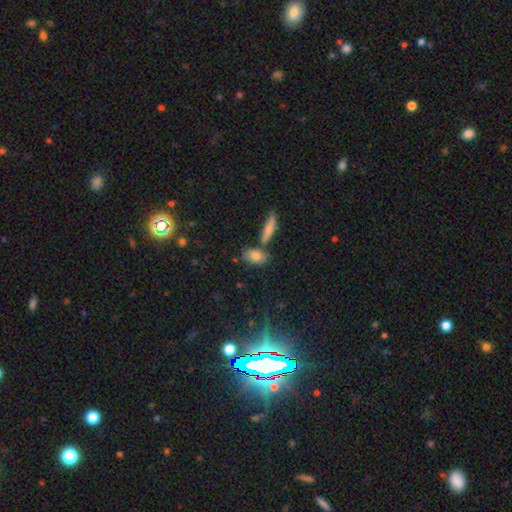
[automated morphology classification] Smooth or featured?
  - smooth: 76% *
  - featured or disk: 15%
  - star or artifact: 9%
How rounded?
  - in between: 85% *
  - round: 9%
  - cigar-shaped: 7%
Merging?
  - none: 62% *
  - merger: 20%
  - minor disturbance: 14%
  - major disturbance: 4%